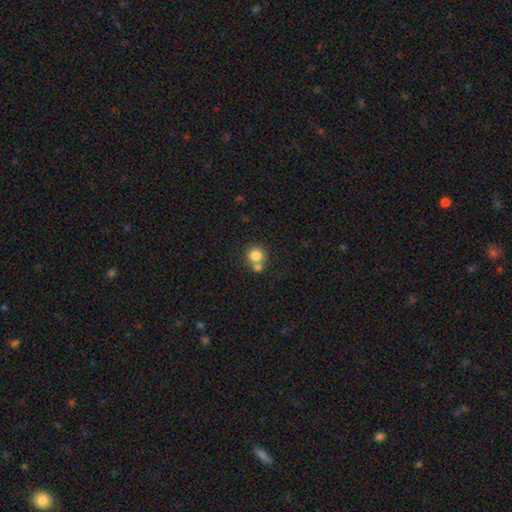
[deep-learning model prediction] Q: Smooth or featured?
A: smooth (81%); runner-up: star or artifact (10%)
Q: How rounded?
A: round (90%); runner-up: in between (9%)
Q: Merging?
A: none (53%); runner-up: merger (36%)